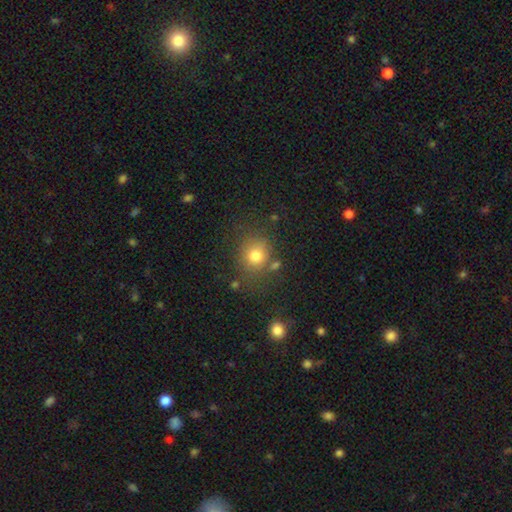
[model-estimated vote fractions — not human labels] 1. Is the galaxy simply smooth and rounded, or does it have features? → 77% smooth, 14% star or artifact, 9% featured or disk.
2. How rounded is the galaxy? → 78% round, 21% in between, 1% cigar-shaped.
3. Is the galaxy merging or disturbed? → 72% none, 14% minor disturbance, 7% merger, 6% major disturbance.